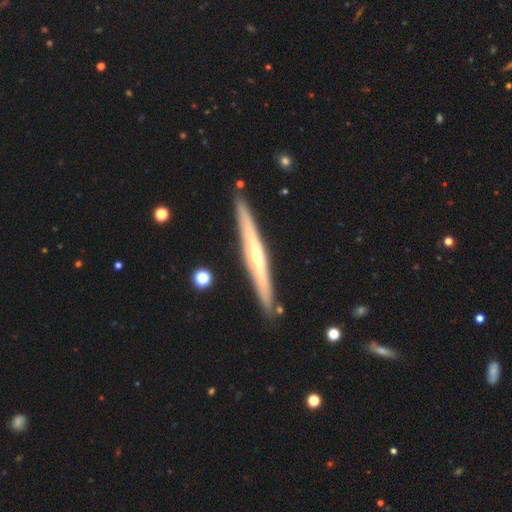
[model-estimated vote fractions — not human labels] Smooth or featured? Predicted: featured or disk (p=0.73). Edge-on disk? Predicted: yes (p=0.96). Edge-on bulge? Predicted: rounded (p=0.76). Merging? Predicted: none (p=0.90).